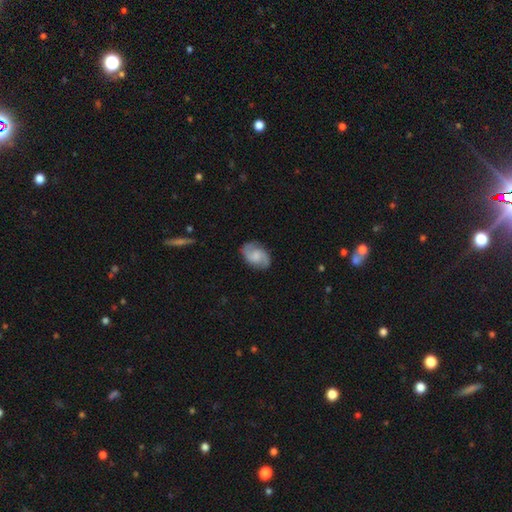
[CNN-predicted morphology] Q: Smooth or featured?
A: featured or disk (71%); runner-up: smooth (22%)
Q: Edge-on disk?
A: no (97%); runner-up: yes (3%)
Q: Bar?
A: no (52%); runner-up: weak (41%)
Q: Spiral arms?
A: yes (95%); runner-up: no (5%)
Q: Spiral winding?
A: medium (50%); runner-up: loose (32%)
Q: Spiral arm count?
A: 2 (92%); runner-up: can't tell (4%)
Q: Bulge size?
A: none (36%); runner-up: moderate (27%)
Q: Merging?
A: none (83%); runner-up: minor disturbance (12%)